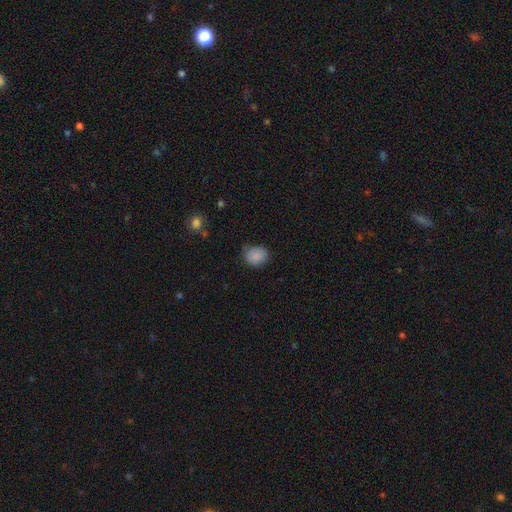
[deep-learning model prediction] A smooth galaxy with no disk features (87%) that is round (59%). Merging: none (72%).